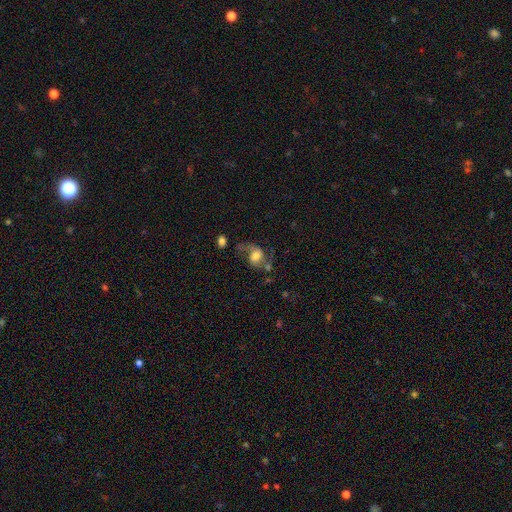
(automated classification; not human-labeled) This appears to be a featured or disk galaxy (59%) with no bar (55%), spiral arms (87%) and a moderate central bulge (41%). Merging: none (43%).